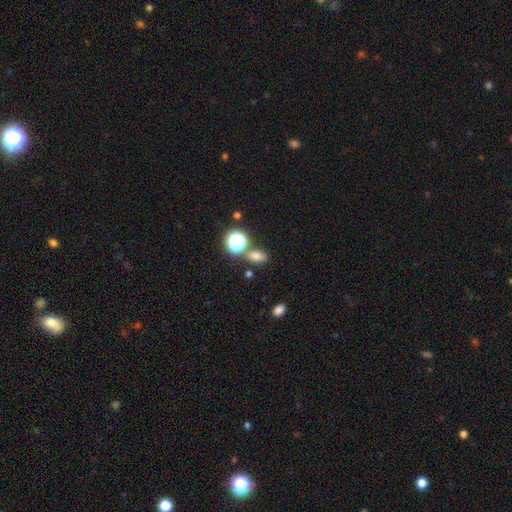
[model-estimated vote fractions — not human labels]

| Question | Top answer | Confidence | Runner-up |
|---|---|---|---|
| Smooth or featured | smooth | 72% | star or artifact (21%) |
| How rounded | in between | 76% | round (22%) |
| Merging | none | 72% | merger (13%) |